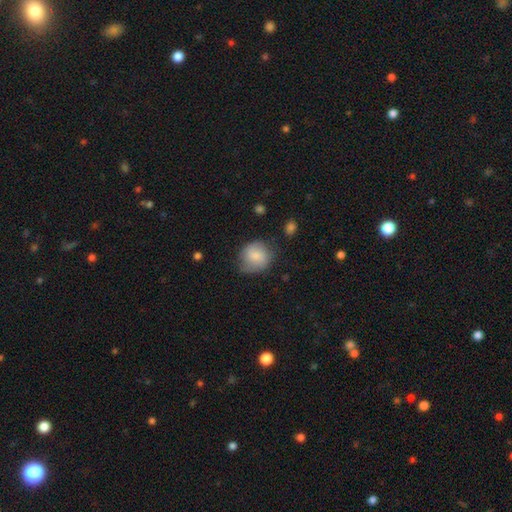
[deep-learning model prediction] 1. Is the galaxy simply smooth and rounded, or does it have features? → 74% smooth, 19% featured or disk, 7% star or artifact.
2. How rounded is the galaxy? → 79% round, 20% in between, 1% cigar-shaped.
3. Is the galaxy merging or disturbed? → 63% none, 27% minor disturbance, 8% major disturbance, 2% merger.